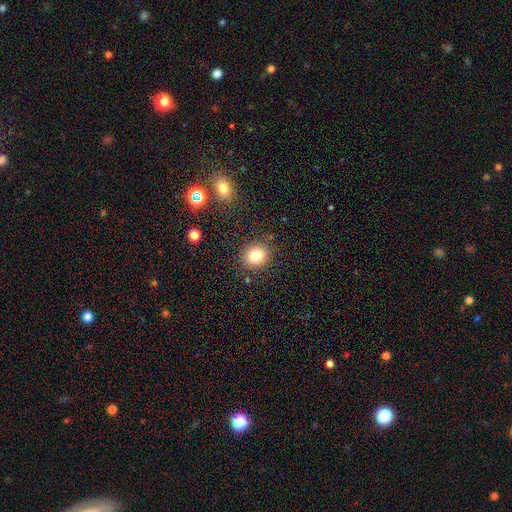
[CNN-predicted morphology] Smooth or featured? smooth (79%)
How rounded? round (72%)
Merging? none (86%)